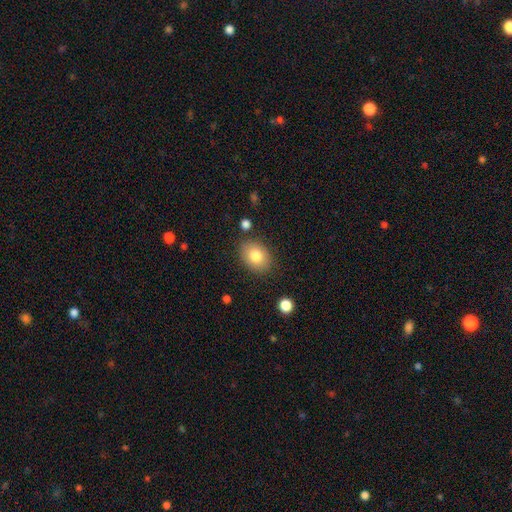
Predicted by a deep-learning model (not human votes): This is clearly a smooth galaxy (80%). How rounded: likely in between (67%). Merging: clearly none (82%).